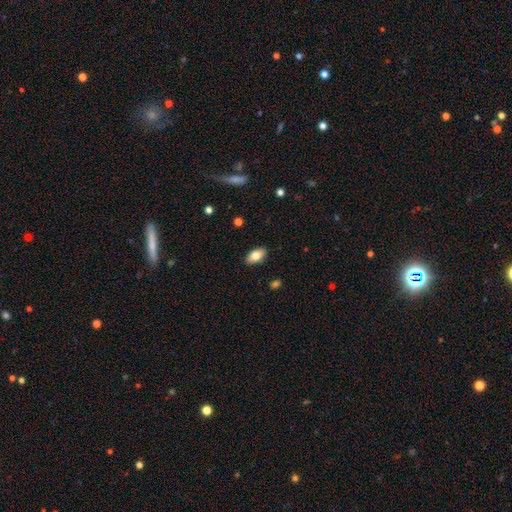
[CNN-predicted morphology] Smooth or featured?
  - smooth: 78% *
  - featured or disk: 15%
  - star or artifact: 7%
How rounded?
  - in between: 92% *
  - round: 4%
  - cigar-shaped: 4%
Merging?
  - none: 88% *
  - minor disturbance: 9%
  - major disturbance: 2%
  - merger: 1%